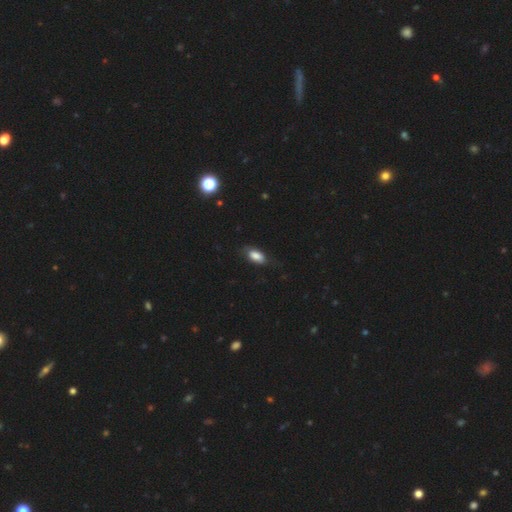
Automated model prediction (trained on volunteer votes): Smooth or featured?
  - smooth: 81% *
  - featured or disk: 11%
  - star or artifact: 8%
How rounded?
  - in between: 89% *
  - cigar-shaped: 8%
  - round: 4%
Merging?
  - none: 70% *
  - minor disturbance: 22%
  - major disturbance: 7%
  - merger: 1%